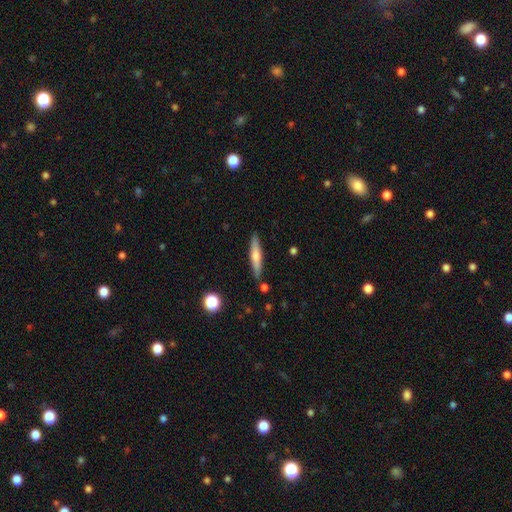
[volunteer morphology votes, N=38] A smooth galaxy with no disk features (47%, tied with featured or disk) that is cigar-shaped (94%).

Vote fractions:
- Smooth or featured? smooth: 47% (tied) / featured or disk: 47% (tied) / star or artifact: 5%
- How rounded? cigar-shaped: 94% / round: 6% / in between: 0%
- Merging? none: 89% / minor disturbance: 8% / merger: 3% / major disturbance: 0%